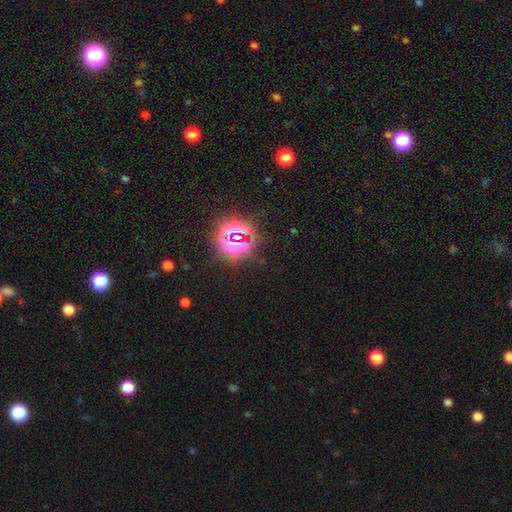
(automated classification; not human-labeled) Morphology: type=star or artifact (83%).